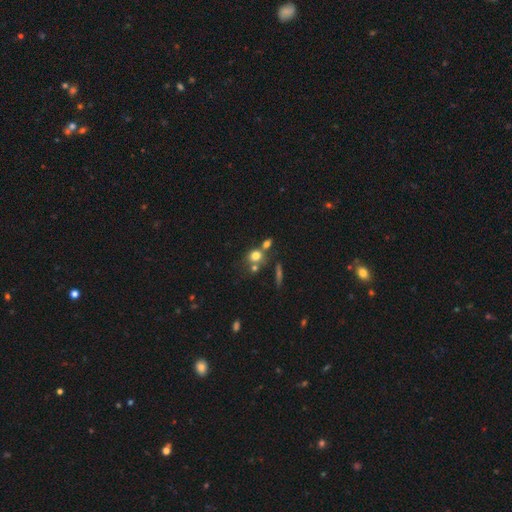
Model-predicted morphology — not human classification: smooth_or_featured: smooth (p=0.72) [alt: star or artifact p=0.14]
how_rounded: round (p=0.71) [alt: in between p=0.26]
merging: none (p=0.48) [alt: merger p=0.35]